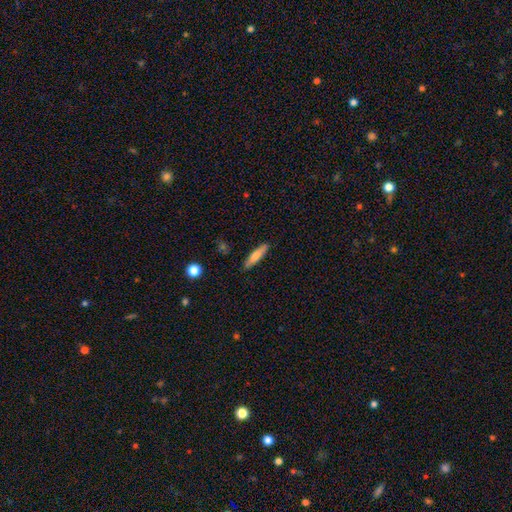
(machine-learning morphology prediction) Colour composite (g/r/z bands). It shows a smooth galaxy with no disk features (71%) that is cigar-shaped (81%). Merging: none (88%).